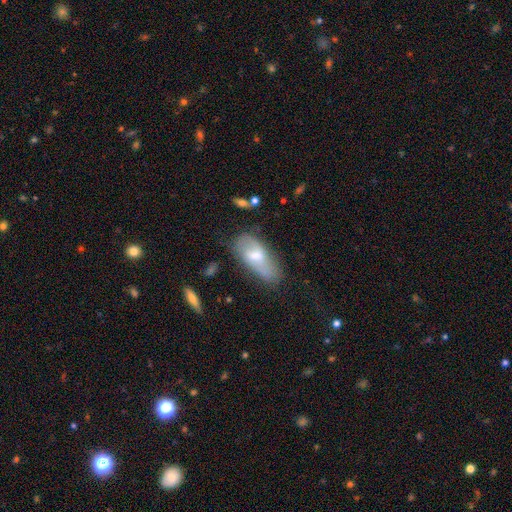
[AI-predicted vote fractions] Smooth or featured? Predicted: smooth (p=0.51). How rounded? Predicted: in between (p=0.86). Merging? Predicted: none (p=0.61).